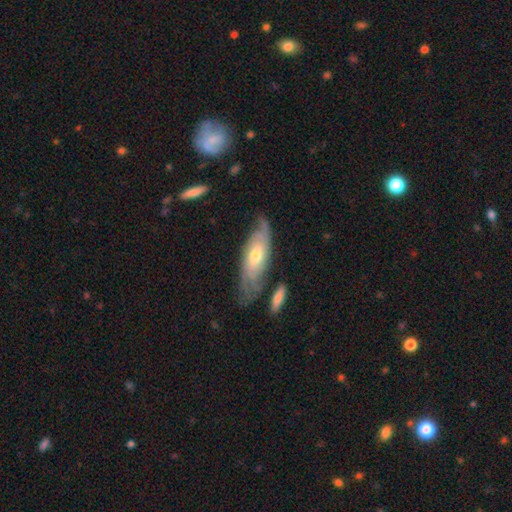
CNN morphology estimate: A featured or disk galaxy (65%) with no bar (68%), spiral arms (86%) and a moderate central bulge (64%). Merging: none (63%).